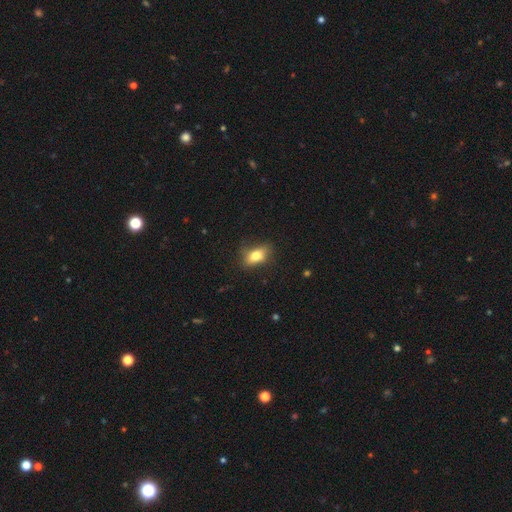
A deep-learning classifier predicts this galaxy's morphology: smooth 76%, featured or disk 15%, star or artifact 9%. Down the decision tree: how rounded — in between (82%); merging — none (69%).